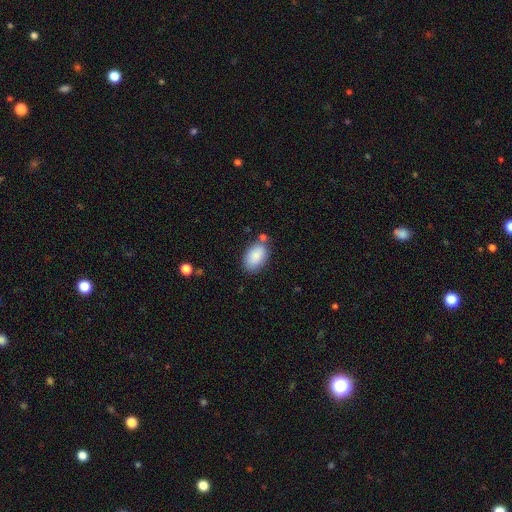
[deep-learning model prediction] smooth-or-featured: smooth: 87% | star or artifact: 7% | featured or disk: 6%
  how-rounded: in between: 92% | round: 7% | cigar-shaped: 1%
  merging: none: 71% | minor disturbance: 16% | merger: 9% | major disturbance: 4%